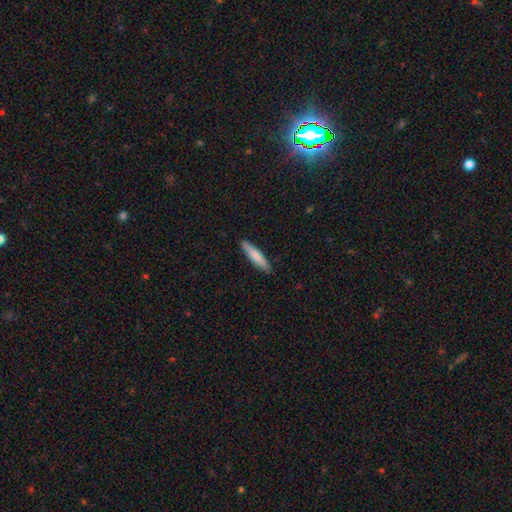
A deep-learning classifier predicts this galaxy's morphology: This is likely a smooth galaxy (79%). How rounded: clearly cigar-shaped (85%). Merging: clearly none (87%).